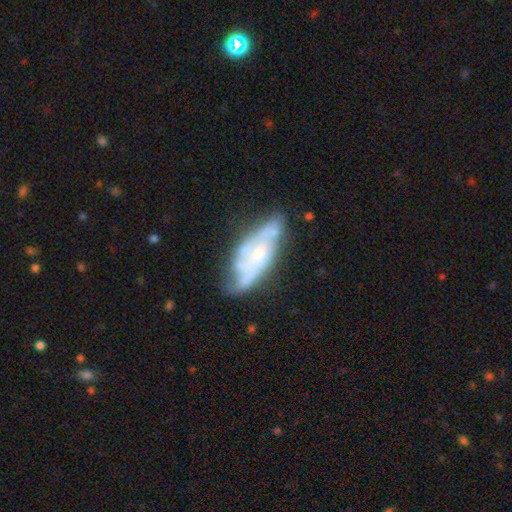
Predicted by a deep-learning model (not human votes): Smooth or featured? featured or disk (72%)
Edge-on disk? no (85%)
Bar? no (68%)
Spiral arms? yes (79%)
Bulge size? small (52%)
Merging? none (54%)